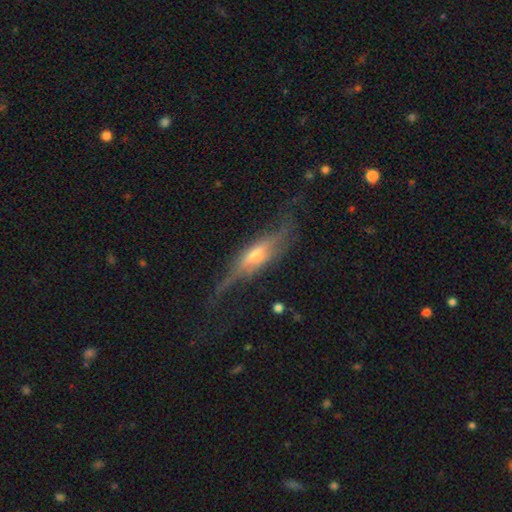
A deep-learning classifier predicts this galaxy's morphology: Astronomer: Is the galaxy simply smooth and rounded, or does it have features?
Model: featured or disk — 70%.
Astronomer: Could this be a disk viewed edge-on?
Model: yes — 83%.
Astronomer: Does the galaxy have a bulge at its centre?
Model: rounded — 65%.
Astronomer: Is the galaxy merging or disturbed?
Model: none — 58%.